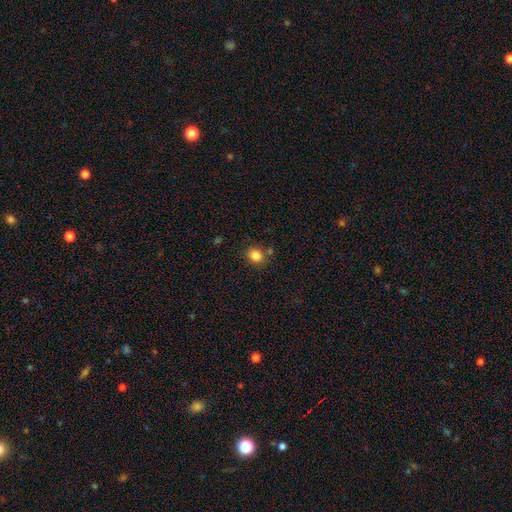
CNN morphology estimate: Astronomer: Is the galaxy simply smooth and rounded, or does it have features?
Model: smooth — 84%.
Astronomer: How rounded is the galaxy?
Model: round — 69%.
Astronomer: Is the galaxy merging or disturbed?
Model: none — 77%.